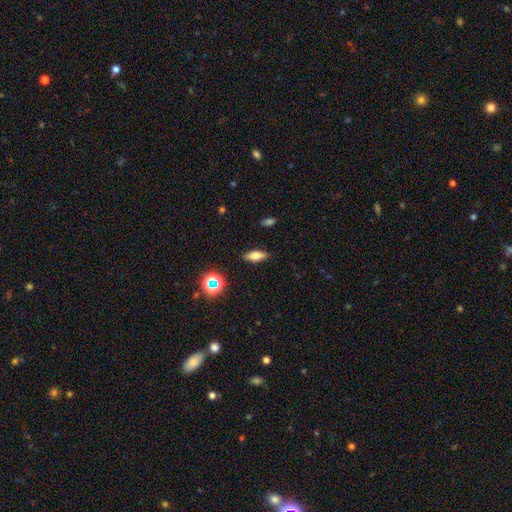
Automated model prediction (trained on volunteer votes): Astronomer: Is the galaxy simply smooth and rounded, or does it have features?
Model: smooth — 66%.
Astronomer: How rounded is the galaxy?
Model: in between — 69%.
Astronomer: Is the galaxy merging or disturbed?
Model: none — 88%.